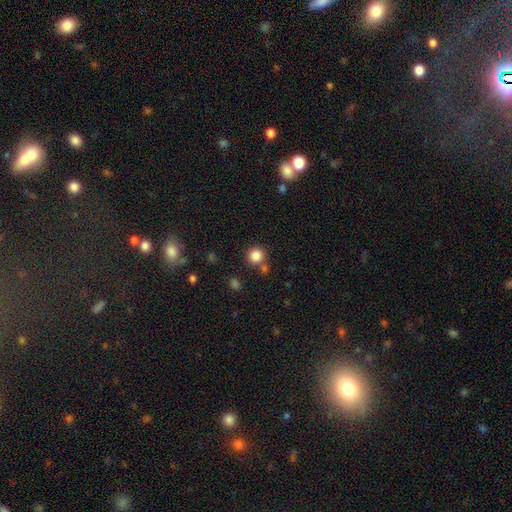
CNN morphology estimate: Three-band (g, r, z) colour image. It shows a smooth galaxy with no disk features (84%) that is round (93%). Merging: none (76%).